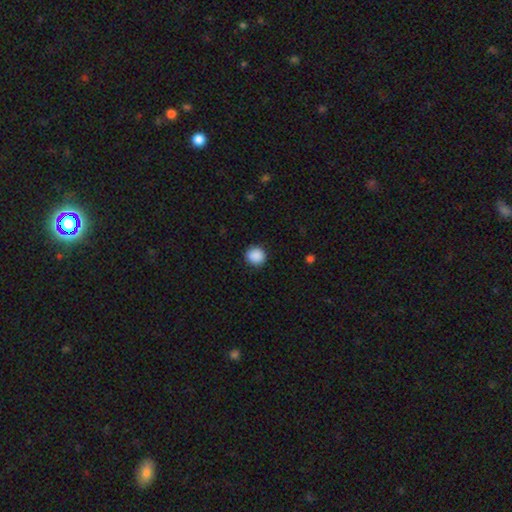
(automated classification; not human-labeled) Overall: smooth (89%). How rounded: round (91%). Merging: none (91%).